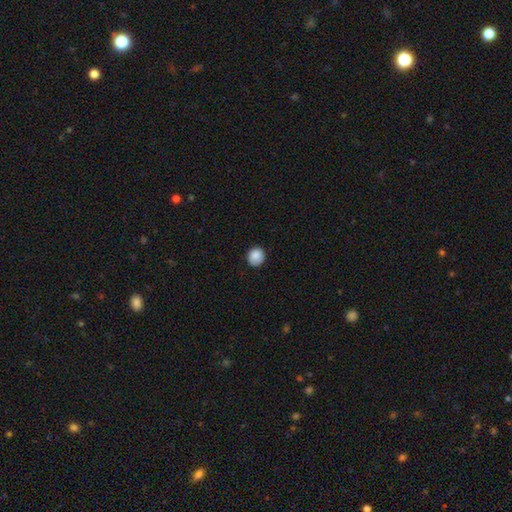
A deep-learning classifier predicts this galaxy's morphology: Smooth or featured?
  - smooth: 87% *
  - star or artifact: 8%
  - featured or disk: 5%
How rounded?
  - round: 87% *
  - in between: 12%
  - cigar-shaped: 1%
Merging?
  - none: 83% *
  - minor disturbance: 13%
  - major disturbance: 2%
  - merger: 1%